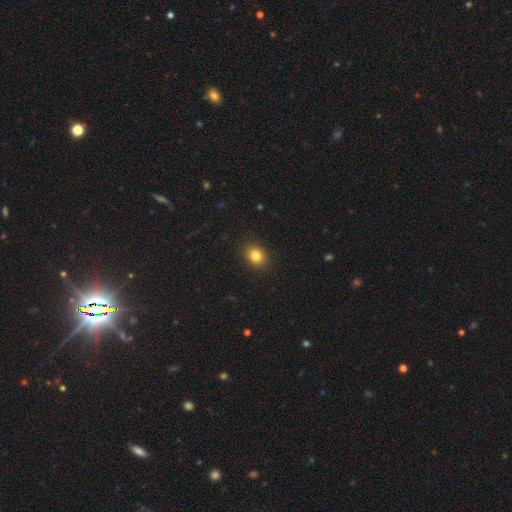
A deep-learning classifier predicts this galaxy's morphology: Overall: smooth (83%). How rounded: round (57%; in between 42%). Merging: none (90%).